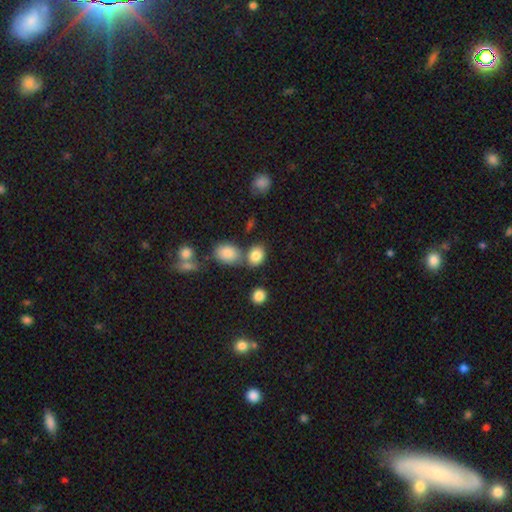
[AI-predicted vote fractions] Q: Smooth or featured?
A: smooth (83%); runner-up: star or artifact (10%)
Q: How rounded?
A: round (51%); runner-up: in between (48%)
Q: Merging?
A: none (63%); runner-up: merger (21%)